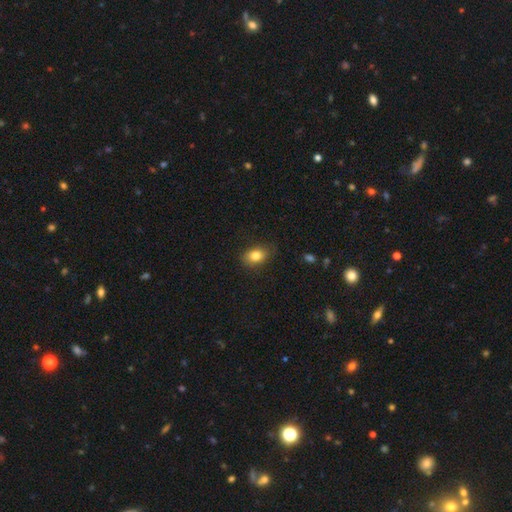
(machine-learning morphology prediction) A smooth galaxy with no disk features (83%) that is in between round and cigar-shaped (76%).

Vote fractions:
- Smooth or featured? smooth: 83% / star or artifact: 9% / featured or disk: 8%
- How rounded? in between: 76% / round: 23% / cigar-shaped: 1%
- Merging? none: 81% / minor disturbance: 15% / major disturbance: 3% / merger: 1%